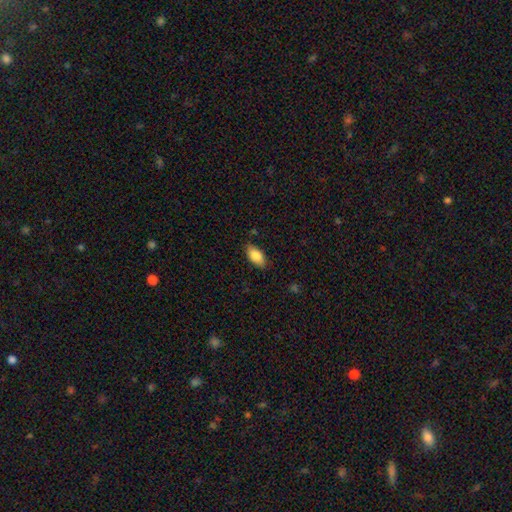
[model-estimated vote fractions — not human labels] This is clearly a smooth galaxy (85%). How rounded: clearly in between (91%). Merging: clearly none (81%).